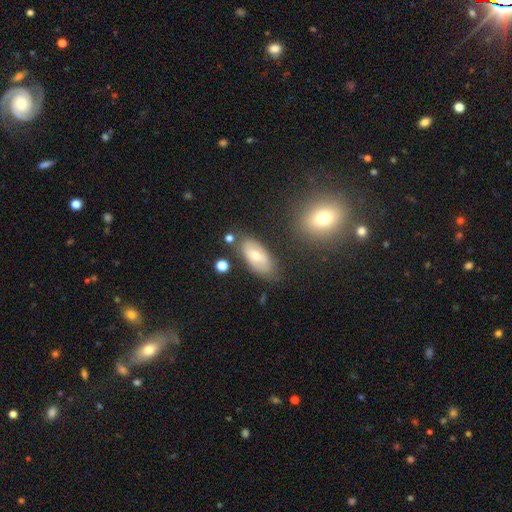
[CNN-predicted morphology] type=smooth (58%); roundness=in between (89%); merging=none (73%).